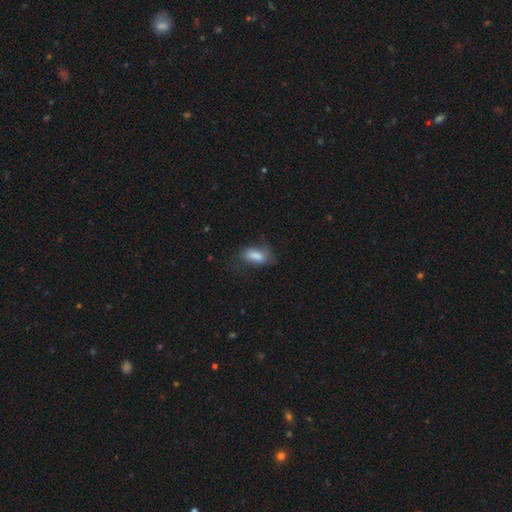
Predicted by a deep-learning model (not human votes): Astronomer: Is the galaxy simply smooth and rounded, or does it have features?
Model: smooth — 79%.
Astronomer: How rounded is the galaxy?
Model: in between — 84%.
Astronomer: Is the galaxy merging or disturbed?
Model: none — 53% (runner-up: minor disturbance, 29%).